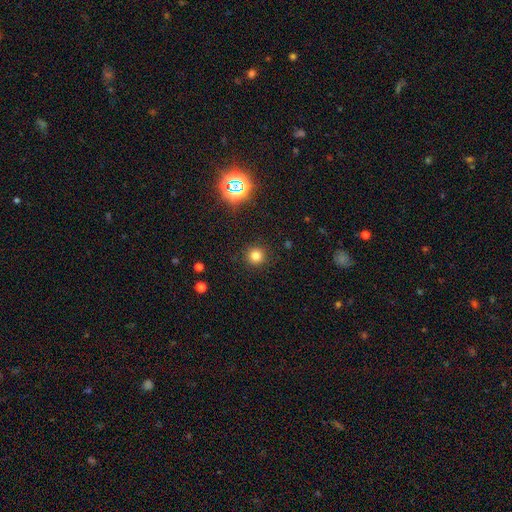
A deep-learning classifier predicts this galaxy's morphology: smooth_or_featured: smooth (p=0.77) [alt: star or artifact p=0.17]
how_rounded: round (p=0.94) [alt: in between p=0.05]
merging: none (p=0.91) [alt: minor disturbance p=0.05]